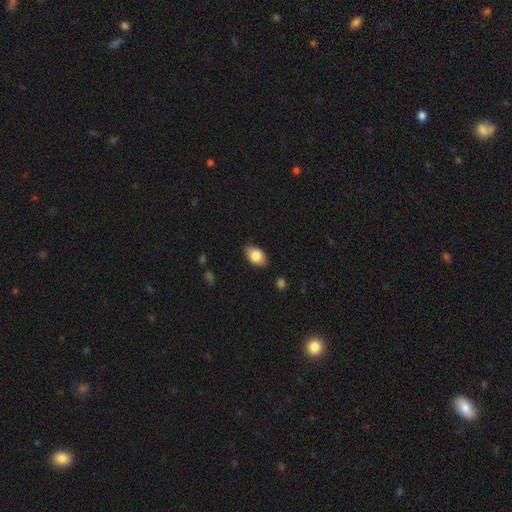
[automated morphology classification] This appears to be a smooth galaxy with no disk features (83%) that is in between round and cigar-shaped (87%). Merging: none (84%).